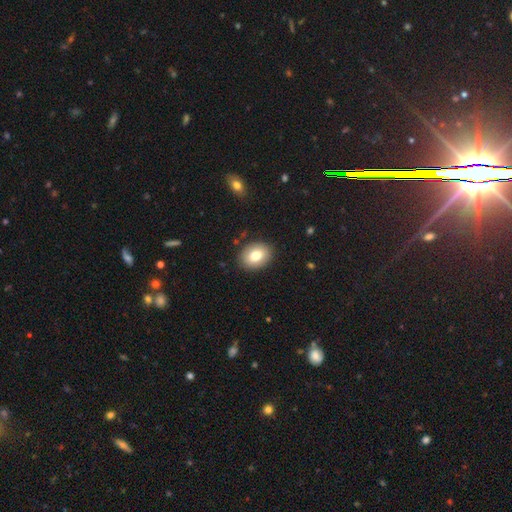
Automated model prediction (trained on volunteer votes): A smooth galaxy with no disk features (79%) that is in between round and cigar-shaped (64%).

Vote fractions:
- Smooth or featured? smooth: 79% / featured or disk: 13% / star or artifact: 8%
- How rounded? in between: 64% / round: 35% / cigar-shaped: 1%
- Merging? none: 88% / minor disturbance: 8% / major disturbance: 2% / merger: 1%